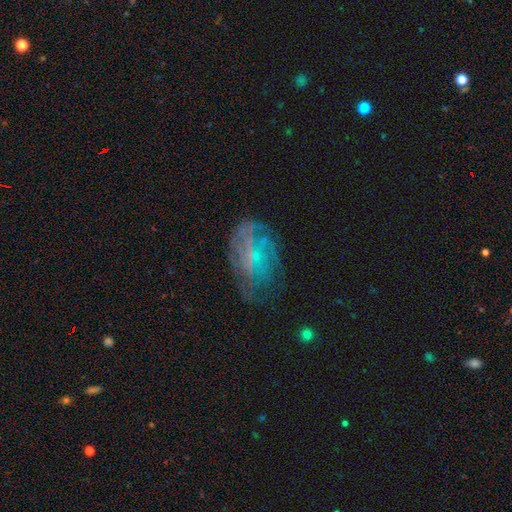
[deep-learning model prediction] The model was most divided on "spiral arms": no: 55%, yes: 45%. More confident: edge-on disk — no (95%); smooth or featured — featured or disk (58%); bulge size — none (53%); bar — no (53%); merging — none (53%).